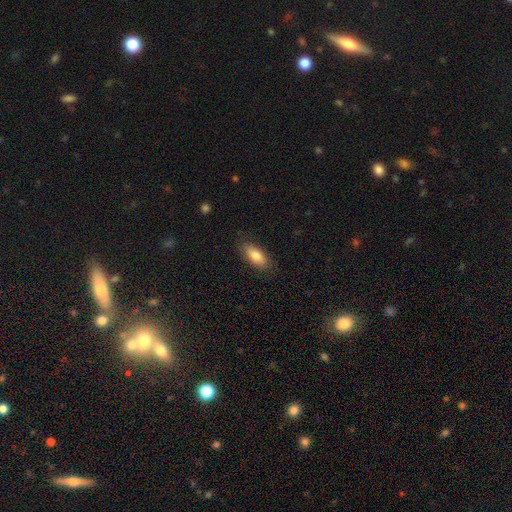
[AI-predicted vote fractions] smooth-or-featured: smooth: 81% | featured or disk: 12% | star or artifact: 6%
  how-rounded: in between: 84% | cigar-shaped: 13% | round: 3%
  merging: none: 85% | minor disturbance: 11% | major disturbance: 3% | merger: 1%